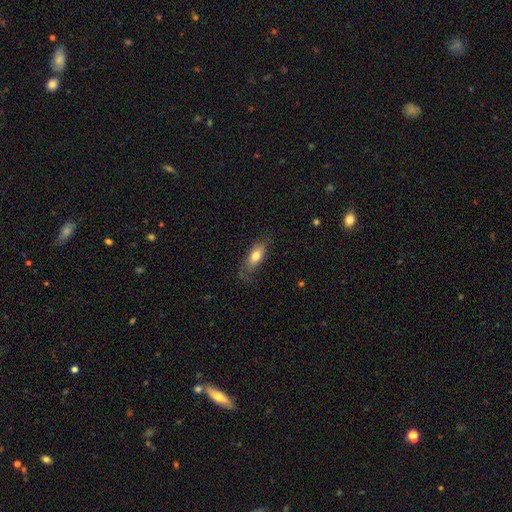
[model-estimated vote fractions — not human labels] Smooth or featured?
  - smooth: 69% *
  - featured or disk: 24%
  - star or artifact: 7%
How rounded?
  - in between: 78% *
  - cigar-shaped: 18%
  - round: 4%
Merging?
  - none: 60% *
  - minor disturbance: 26%
  - major disturbance: 13%
  - merger: 2%